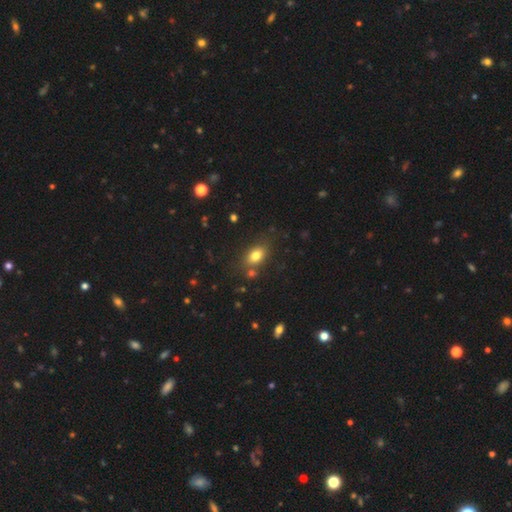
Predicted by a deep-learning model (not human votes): A smooth galaxy with no disk features (79%) that is in between round and cigar-shaped (81%). Merging: none (76%).